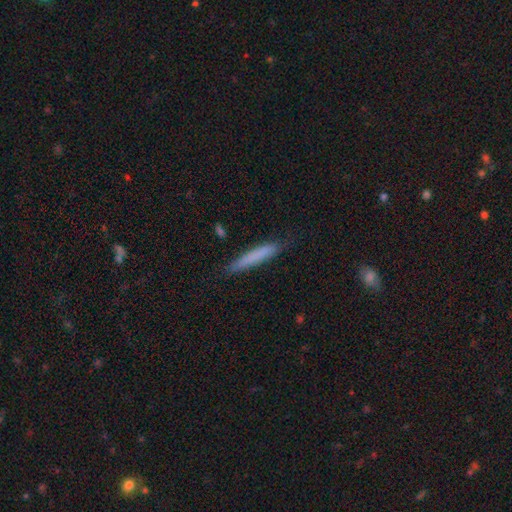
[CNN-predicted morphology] This appears to be a smooth galaxy with no disk features (75%) that is cigar-shaped (94%). Merging: none (81%).